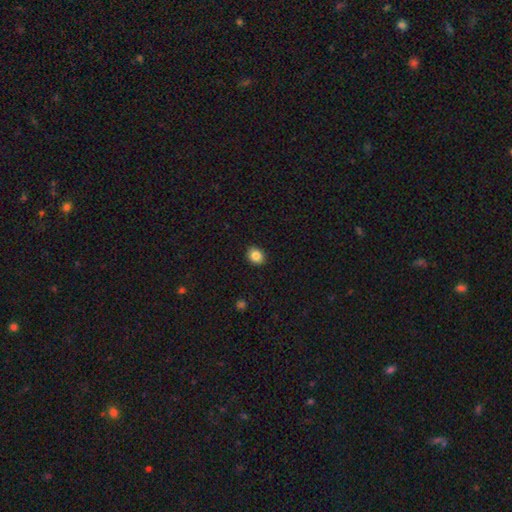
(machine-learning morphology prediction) Overall: smooth (86%). How rounded: round (59%; in between 40%). Merging: none (90%).